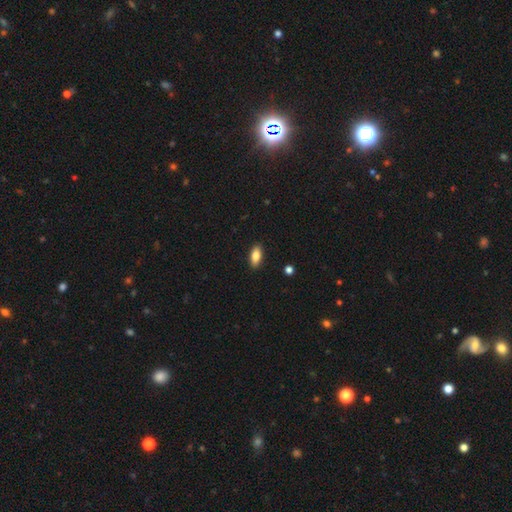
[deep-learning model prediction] smooth 84%, featured or disk 9%, star or artifact 7%. Down the decision tree: how rounded — in between (87%); merging — none (89%).